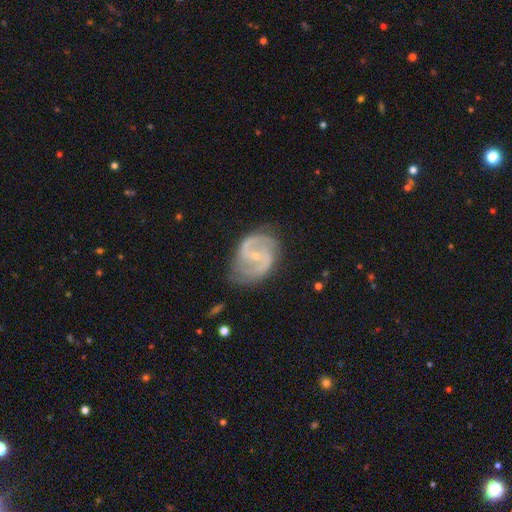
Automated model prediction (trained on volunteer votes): Smooth or featured: featured or disk — 89% (smooth — 6%)
Edge-on disk: no — 98% (yes — 2%)
Bar: weak — 45% (no — 37%)
Spiral arms: yes — 97% (no — 3%)
Spiral winding: medium — 57% (tight — 24%)
Spiral arm count: 2 — 90% (can't tell — 3%)
Bulge size: small — 75% (moderate — 21%)
Merging: none — 73% (minor disturbance — 19%)